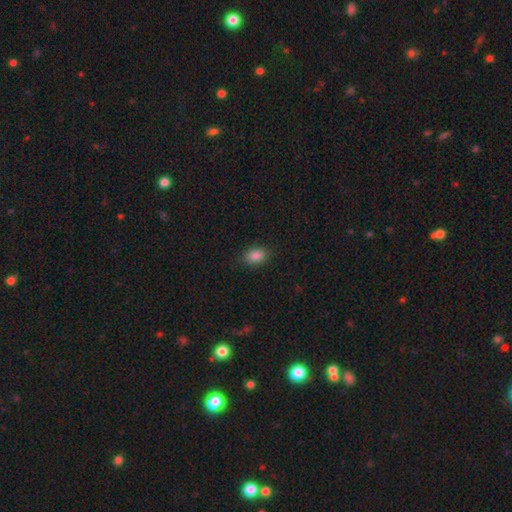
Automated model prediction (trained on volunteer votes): smooth_or_featured: smooth (p=0.86) [alt: star or artifact p=0.09]
how_rounded: in between (p=0.83) [alt: round p=0.16]
merging: none (p=0.86) [alt: minor disturbance p=0.10]